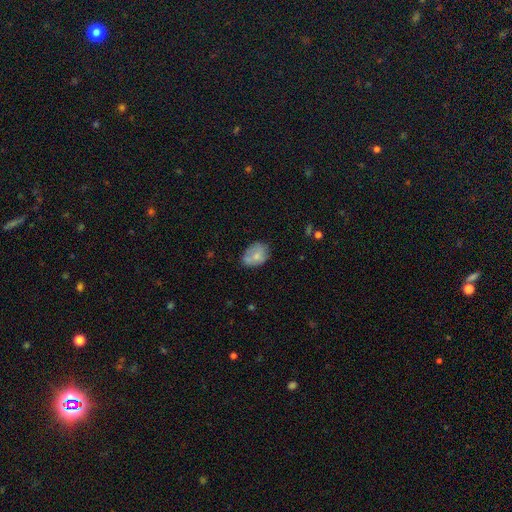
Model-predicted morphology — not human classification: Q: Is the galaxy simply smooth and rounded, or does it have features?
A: smooth — 71%.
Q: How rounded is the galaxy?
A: in between — 71%.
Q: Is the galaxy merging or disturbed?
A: none — 54%.